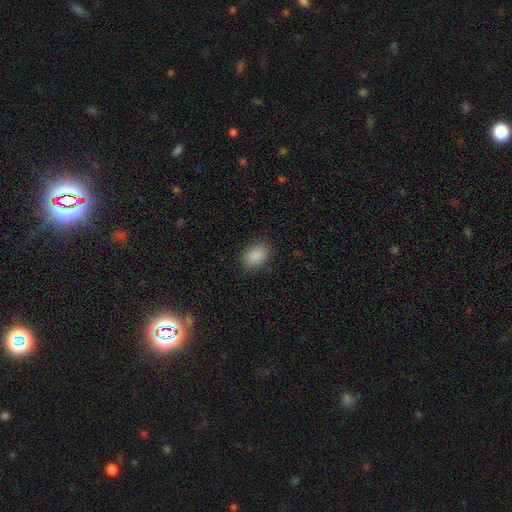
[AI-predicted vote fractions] Morphology: type=smooth (89%); roundness=in between (69%); merging=none (87%).